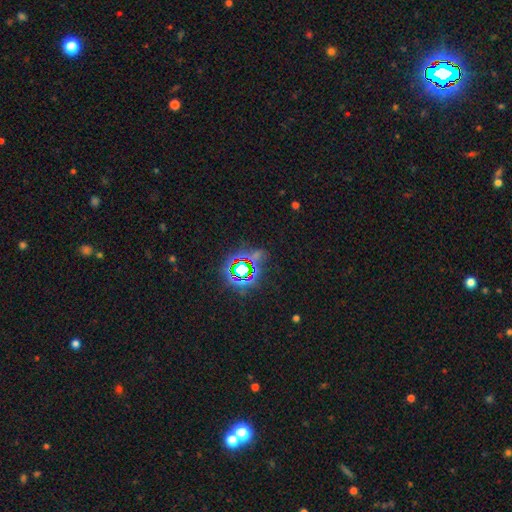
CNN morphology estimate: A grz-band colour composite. It shows a star or artifact, not a galaxy (77%).